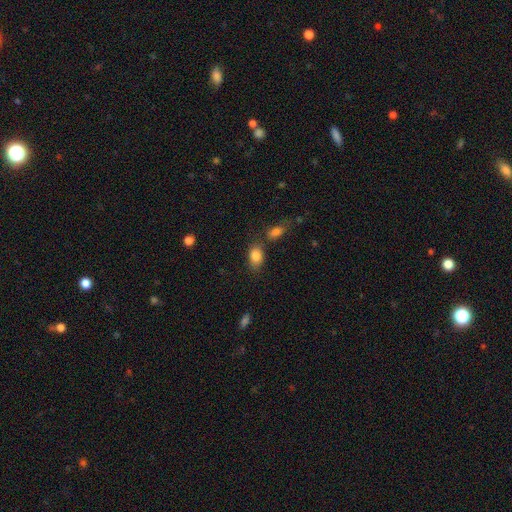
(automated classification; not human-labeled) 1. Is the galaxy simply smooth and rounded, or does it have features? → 84% smooth, 8% star or artifact, 8% featured or disk.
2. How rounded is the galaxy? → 84% in between, 14% round, 2% cigar-shaped.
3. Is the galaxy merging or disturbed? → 69% none, 15% minor disturbance, 12% merger, 4% major disturbance.